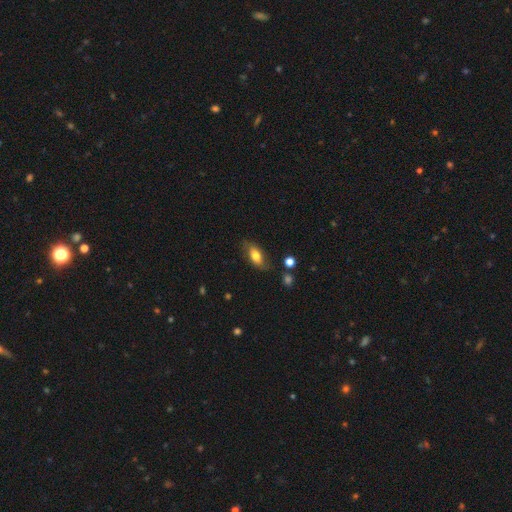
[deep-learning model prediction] Smooth or featured? Predicted: smooth (p=0.66). How rounded? Predicted: in between (p=0.81). Merging? Predicted: none (p=0.73).